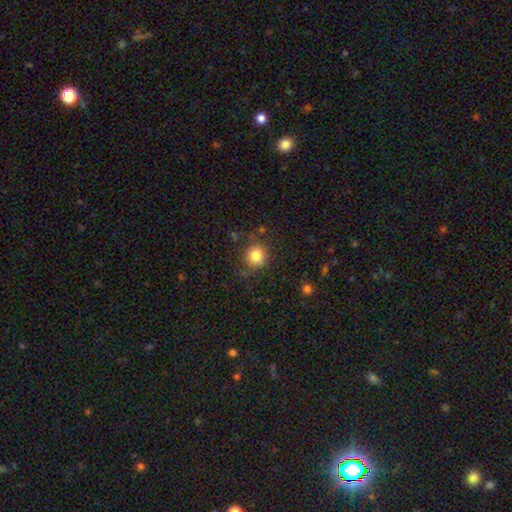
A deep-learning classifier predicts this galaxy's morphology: Smooth or featured?
  - smooth: 83% *
  - star or artifact: 11%
  - featured or disk: 6%
How rounded?
  - round: 90% *
  - in between: 9%
  - cigar-shaped: 1%
Merging?
  - none: 80% *
  - minor disturbance: 13%
  - major disturbance: 4%
  - merger: 3%